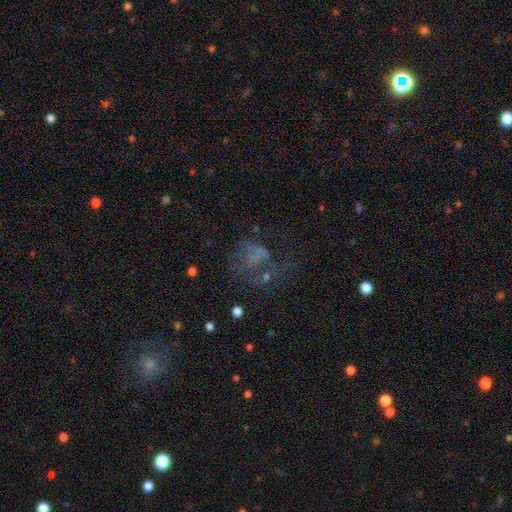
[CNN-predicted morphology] A featured or disk galaxy (39%, tied with smooth). Merging: major disturbance (46%).